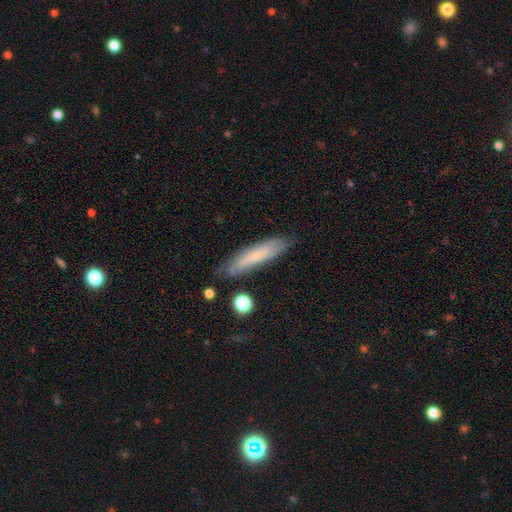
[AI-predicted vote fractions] A smooth galaxy with no disk features (66%) that is cigar-shaped (82%). Merging: none (77%).